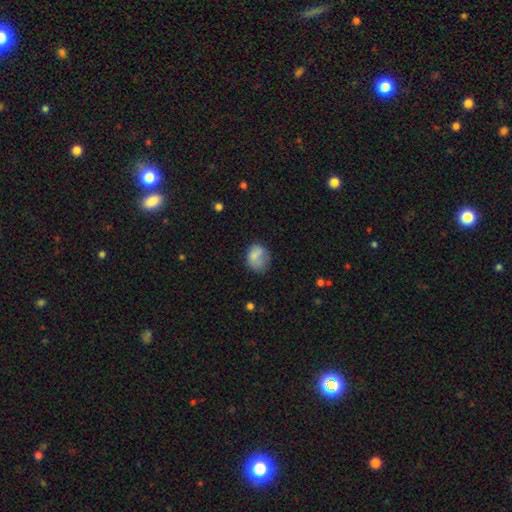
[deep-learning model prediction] This is likely a smooth galaxy (76%). How rounded: possibly round (52%). Merging: possibly none (47%).